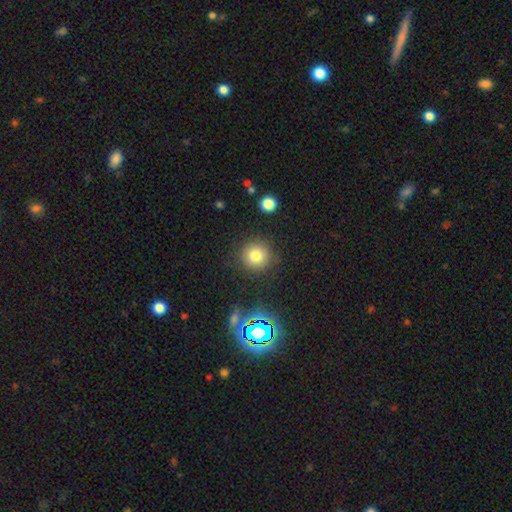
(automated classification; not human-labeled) smooth 76%, star or artifact 16%, featured or disk 8%. Down the decision tree: how rounded — round (94%); merging — none (87%).